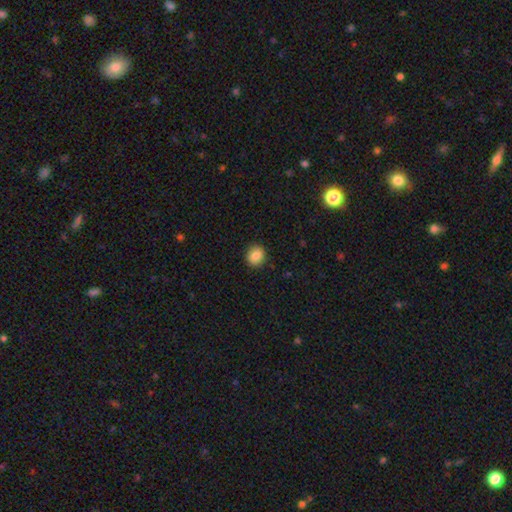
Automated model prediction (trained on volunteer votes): smooth-or-featured: smooth: 85% | star or artifact: 9% | featured or disk: 6%
  how-rounded: round: 78% | in between: 21% | cigar-shaped: 1%
  merging: none: 89% | minor disturbance: 8% | major disturbance: 2% | merger: 1%